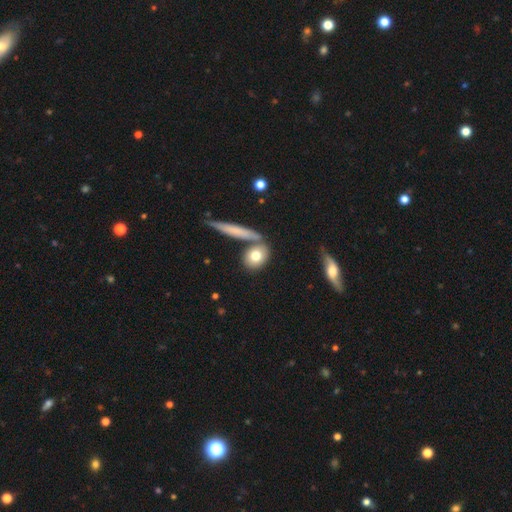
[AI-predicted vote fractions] Morphology: type=smooth (76%); roundness=in between (45%, tied with round); merging=none (67%).